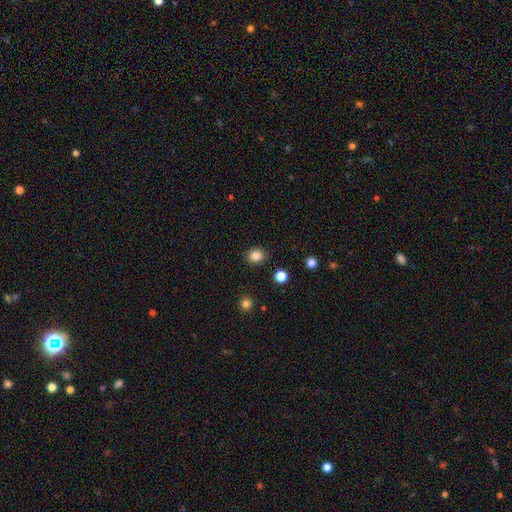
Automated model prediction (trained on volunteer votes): The model was most divided on "how rounded": round: 67%, in between: 33%, cigar-shaped: 1%. More confident: merging — none (88%); smooth or featured — smooth (85%).